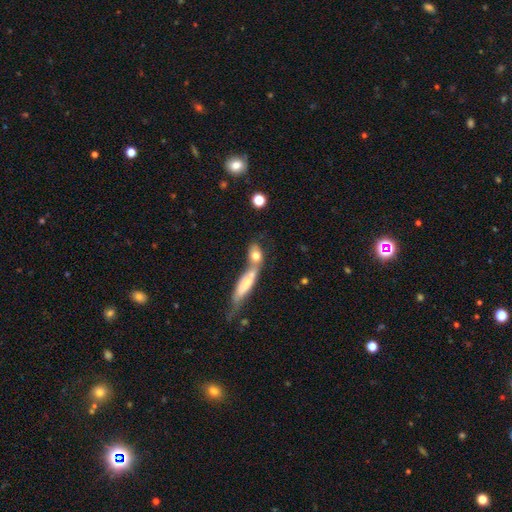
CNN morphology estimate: Smooth or featured? smooth (71%)
How rounded? in between (58%)
Merging? merger (56%)